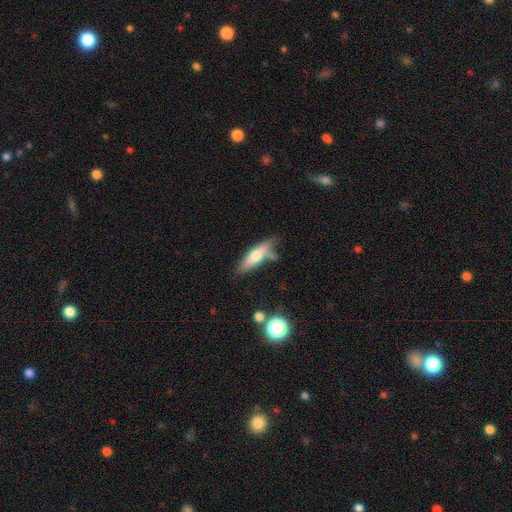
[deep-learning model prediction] This is possibly a smooth galaxy (60%). How rounded: likely cigar-shaped (63%). Merging: possibly none (58%).